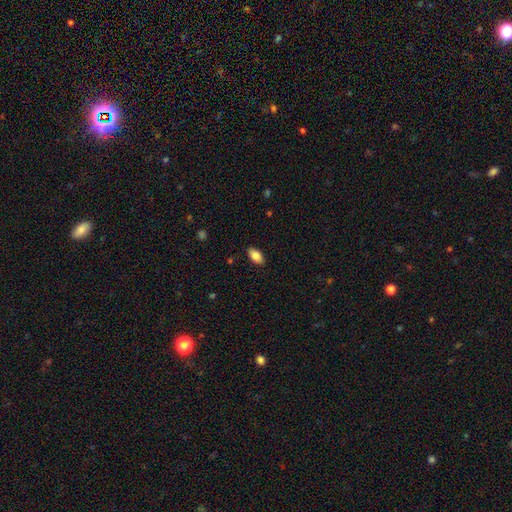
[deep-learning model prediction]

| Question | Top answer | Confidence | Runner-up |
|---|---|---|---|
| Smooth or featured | smooth | 85% | featured or disk (8%) |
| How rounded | in between | 92% | cigar-shaped (4%) |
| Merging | none | 88% | minor disturbance (9%) |